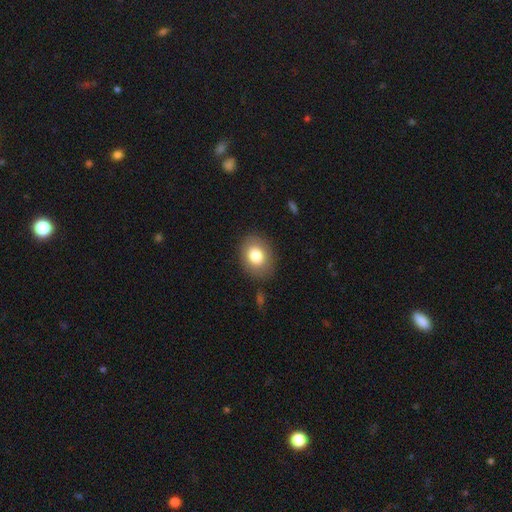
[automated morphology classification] A smooth galaxy with no disk features (79%) that is in between round and cigar-shaped (58%).

Vote fractions:
- Smooth or featured? smooth: 79% / featured or disk: 12% / star or artifact: 8%
- How rounded? in between: 58% / round: 41% / cigar-shaped: 1%
- Merging? none: 85% / minor disturbance: 10% / major disturbance: 3% / merger: 2%